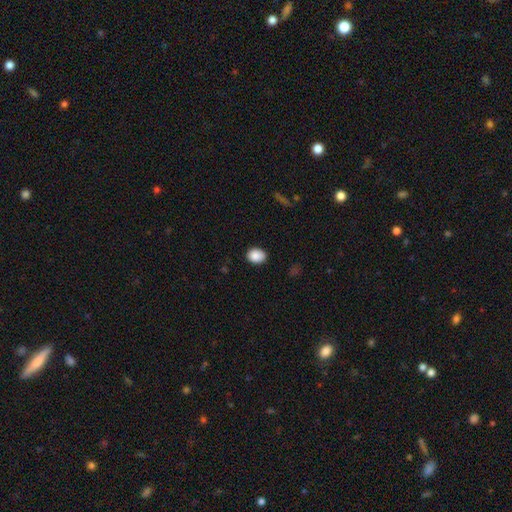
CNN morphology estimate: The model was most divided on "how rounded": in between: 57%, round: 42%, cigar-shaped: 1%. More confident: smooth or featured — smooth (89%); merging — none (87%).